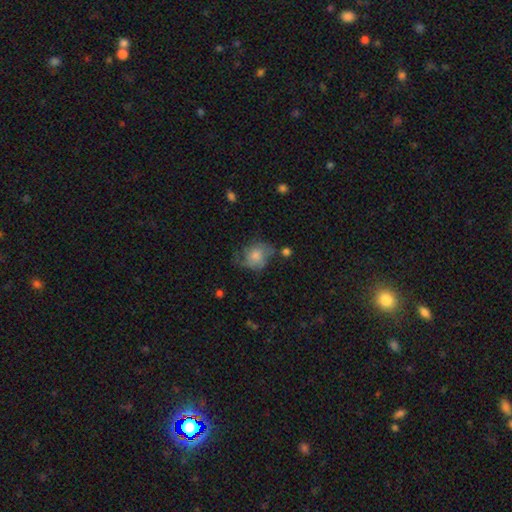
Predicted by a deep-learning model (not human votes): smooth-or-featured: smooth: 53% | featured or disk: 37% | star or artifact: 10%
  how-rounded: round: 60% | in between: 38% | cigar-shaped: 1%
  merging: none: 49% | minor disturbance: 29% | major disturbance: 18% | merger: 4%